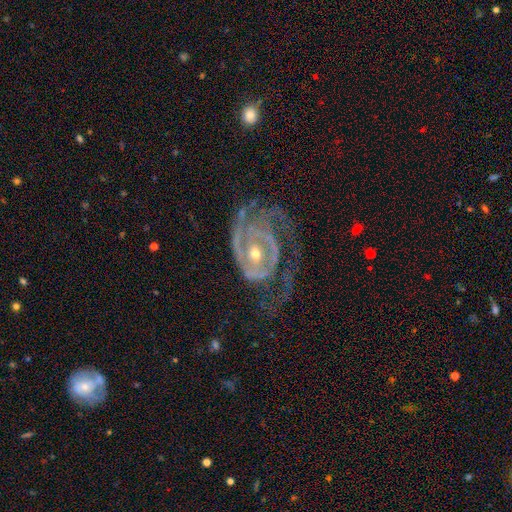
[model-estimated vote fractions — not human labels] This appears to be a featured or disk galaxy (89%) with no bar (58%), 2 (43%) tight (60%) spiral arms (95%) and a moderate central bulge (55%). Merging: none (50%).